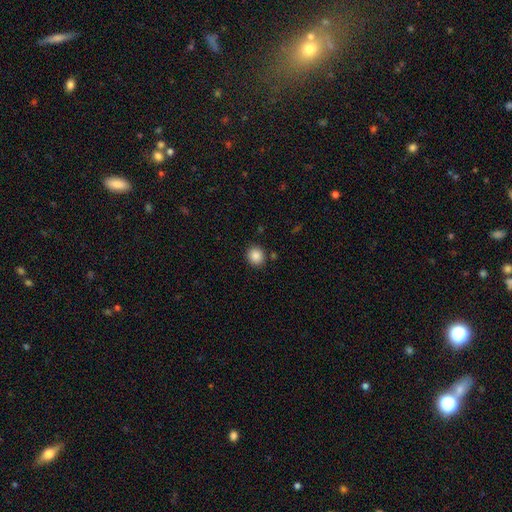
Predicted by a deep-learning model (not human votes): A smooth galaxy with no disk features (88%) that is round (83%). Merging: none (87%).